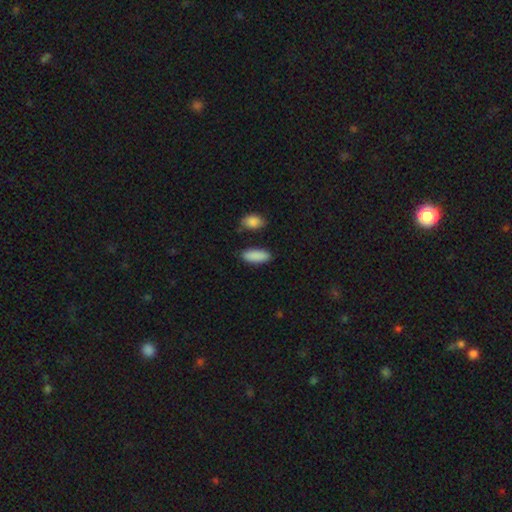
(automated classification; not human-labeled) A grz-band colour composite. It shows a smooth galaxy with no disk features (90%) that is in between round and cigar-shaped (79%). Merging: none (83%).